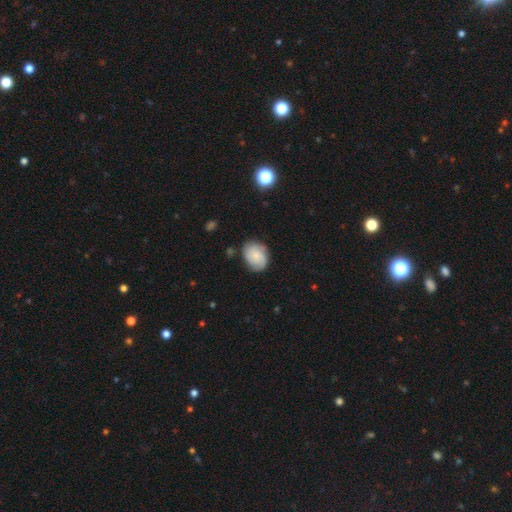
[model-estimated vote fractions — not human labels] smooth 51%, featured or disk 41%, star or artifact 8%. Down the decision tree: how rounded — in between (61%); merging — none (72%).